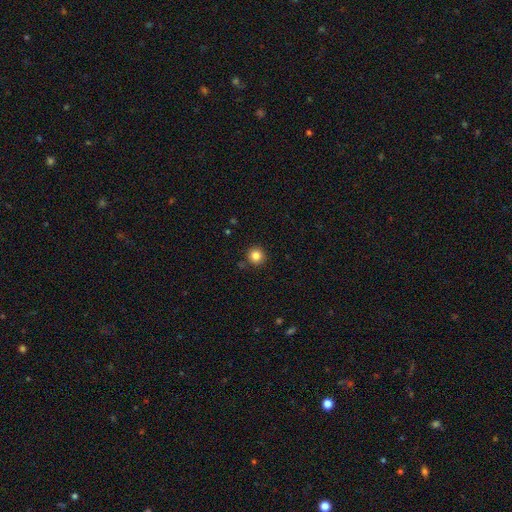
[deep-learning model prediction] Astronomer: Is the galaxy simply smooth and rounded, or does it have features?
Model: smooth — 84%.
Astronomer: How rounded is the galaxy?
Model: round — 95%.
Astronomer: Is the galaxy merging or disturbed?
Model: none — 90%.